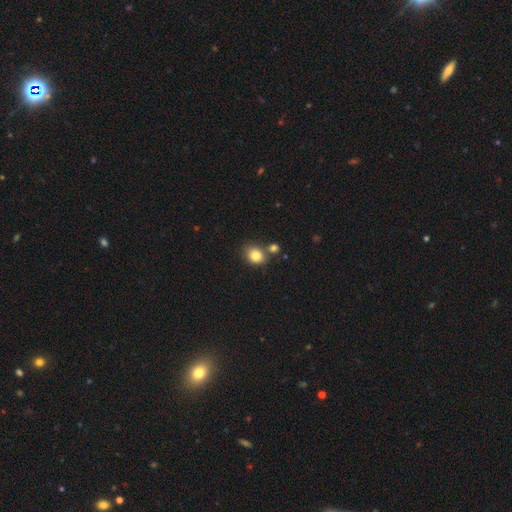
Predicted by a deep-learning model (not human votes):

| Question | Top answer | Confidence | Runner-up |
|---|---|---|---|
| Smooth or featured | smooth | 83% | star or artifact (10%) |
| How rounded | round | 59% | in between (40%) |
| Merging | none | 58% | merger (24%) |